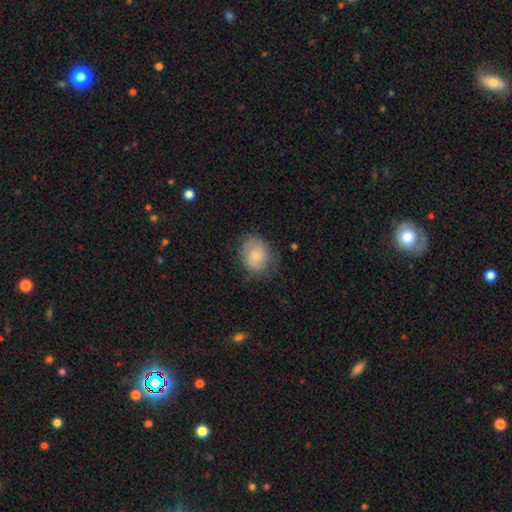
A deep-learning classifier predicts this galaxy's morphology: Q: Smooth or featured?
A: smooth (64%); runner-up: featured or disk (29%)
Q: How rounded?
A: round (61%); runner-up: in between (38%)
Q: Merging?
A: none (71%); runner-up: minor disturbance (21%)